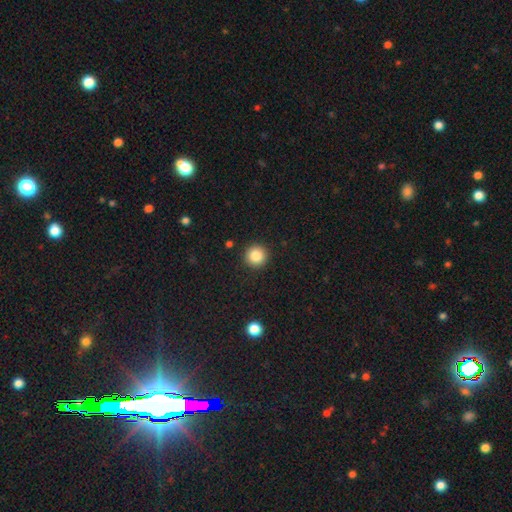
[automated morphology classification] Smooth or featured?
  - smooth: 85% *
  - star or artifact: 10%
  - featured or disk: 5%
How rounded?
  - round: 95% *
  - in between: 4%
  - cigar-shaped: 1%
Merging?
  - none: 92% *
  - minor disturbance: 5%
  - major disturbance: 2%
  - merger: 1%